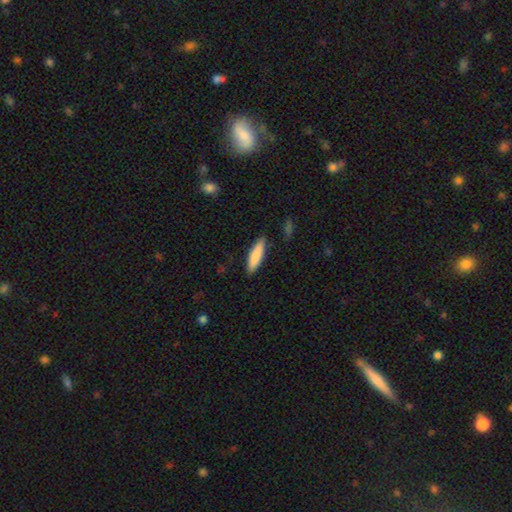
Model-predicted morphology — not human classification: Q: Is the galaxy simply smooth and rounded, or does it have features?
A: smooth — 85%.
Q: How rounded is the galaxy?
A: cigar-shaped — 68%.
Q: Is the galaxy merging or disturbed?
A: none — 86%.